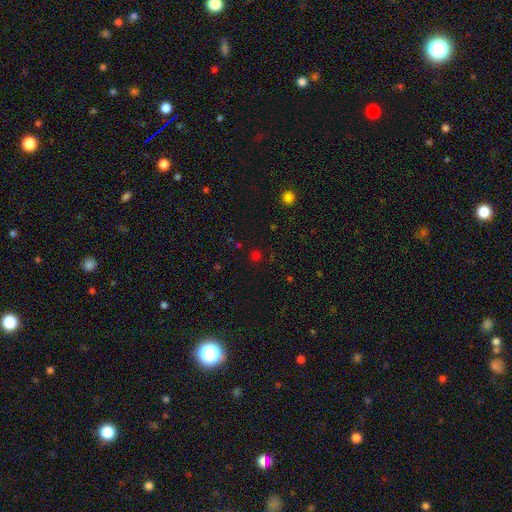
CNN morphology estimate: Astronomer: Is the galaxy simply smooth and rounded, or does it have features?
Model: smooth — 57% (runner-up: star or artifact, 38%).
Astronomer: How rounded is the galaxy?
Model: round — 90%.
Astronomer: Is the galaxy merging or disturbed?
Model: none — 84%.